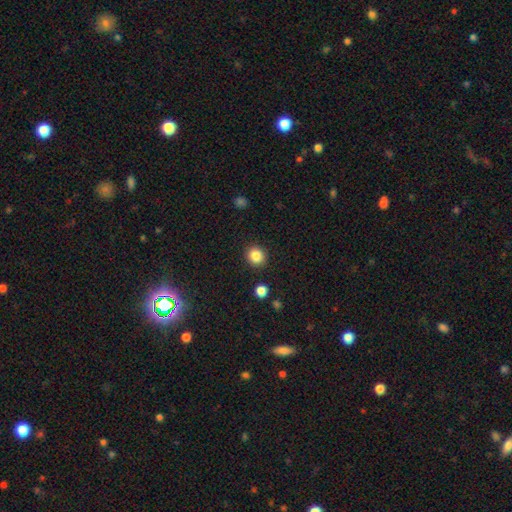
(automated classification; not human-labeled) Smooth or featured? Predicted: smooth (p=0.85). How rounded? Predicted: round (p=0.88). Merging? Predicted: none (p=0.91).